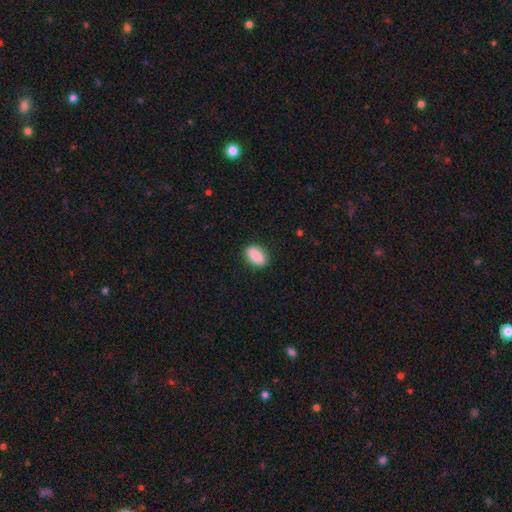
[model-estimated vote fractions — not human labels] Q: Smooth or featured?
A: smooth (90%); runner-up: star or artifact (7%)
Q: How rounded?
A: in between (91%); runner-up: round (6%)
Q: Merging?
A: none (87%); runner-up: minor disturbance (10%)